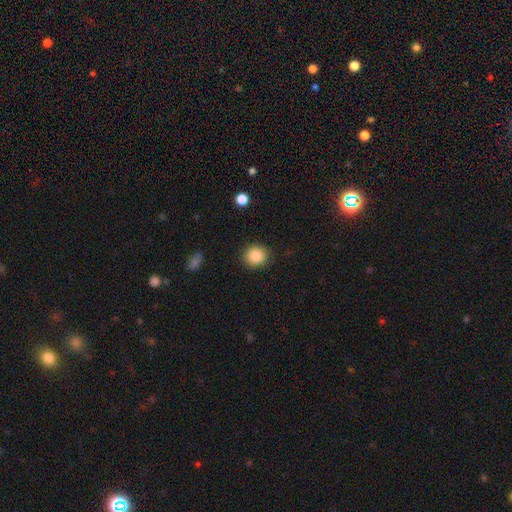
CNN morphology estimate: Overall: smooth (86%). How rounded: round (86%). Merging: none (88%).